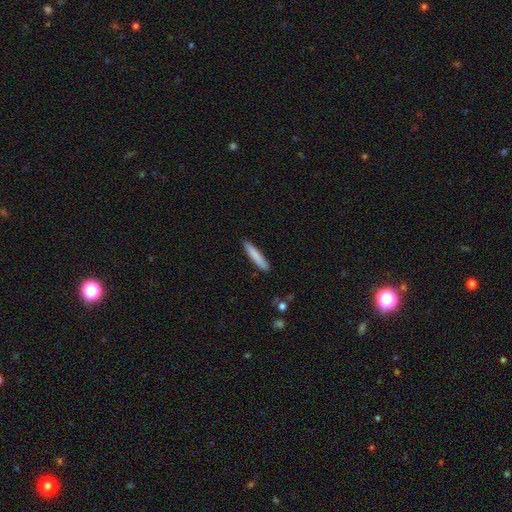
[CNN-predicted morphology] This is clearly a smooth galaxy (83%). How rounded: clearly cigar-shaped (91%). Merging: clearly none (90%).